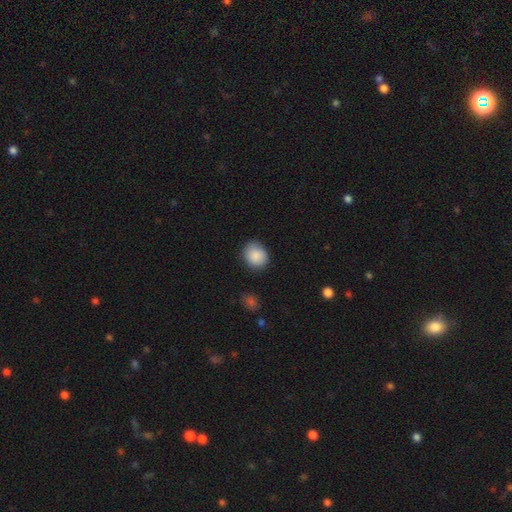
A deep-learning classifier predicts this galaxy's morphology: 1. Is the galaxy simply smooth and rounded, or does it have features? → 89% smooth, 7% star or artifact, 4% featured or disk.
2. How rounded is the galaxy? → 59% round, 40% in between, 1% cigar-shaped.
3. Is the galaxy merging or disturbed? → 81% none, 15% minor disturbance, 3% major disturbance, 2% merger.